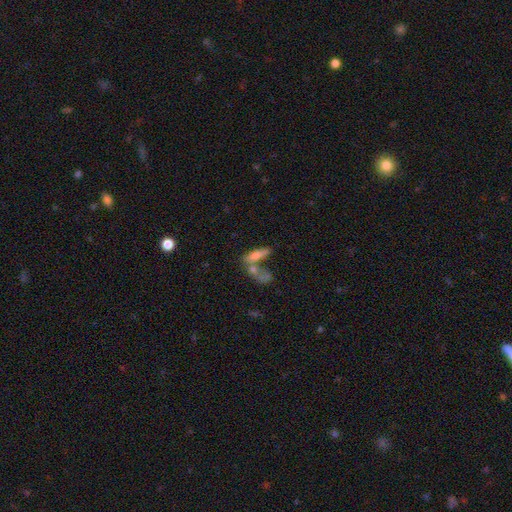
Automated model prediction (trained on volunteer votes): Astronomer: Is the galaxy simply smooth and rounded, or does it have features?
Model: smooth — 64%.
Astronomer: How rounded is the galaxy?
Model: in between — 52% (runner-up: cigar-shaped, 43%).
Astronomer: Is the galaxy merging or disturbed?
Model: merger — 51% (runner-up: none, 29%).